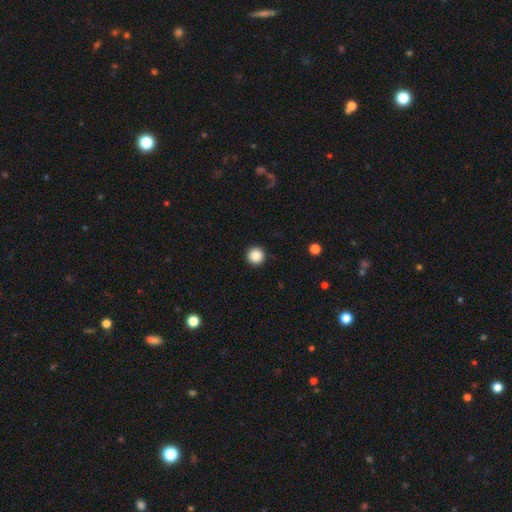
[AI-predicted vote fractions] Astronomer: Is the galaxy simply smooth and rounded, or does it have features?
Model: smooth — 87%.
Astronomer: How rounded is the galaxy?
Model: round — 97%.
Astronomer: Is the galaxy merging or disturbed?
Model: none — 93%.